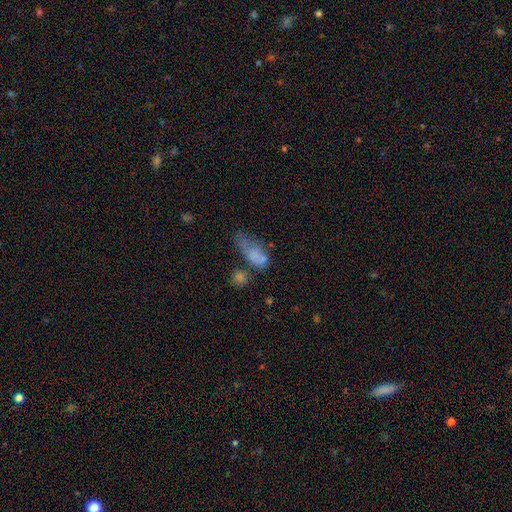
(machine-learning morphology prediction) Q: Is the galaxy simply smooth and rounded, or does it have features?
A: smooth — 67%.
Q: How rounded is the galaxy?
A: in between — 77%.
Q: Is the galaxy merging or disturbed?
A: major disturbance — 28%.